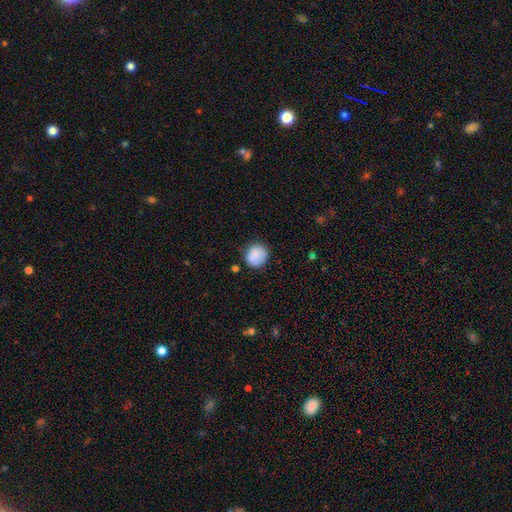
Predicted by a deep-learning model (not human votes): smooth_or_featured: smooth (p=0.85) [alt: star or artifact p=0.08]
how_rounded: round (p=0.78) [alt: in between p=0.21]
merging: none (p=0.75) [alt: minor disturbance p=0.18]